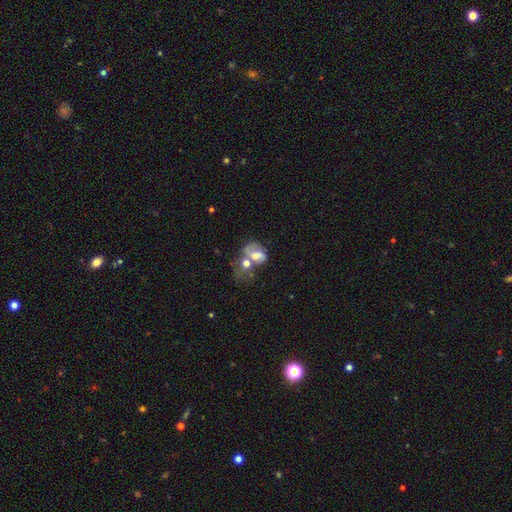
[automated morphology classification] Smooth or featured? smooth (45%, tied with featured or disk)
Merging? merger (59%)